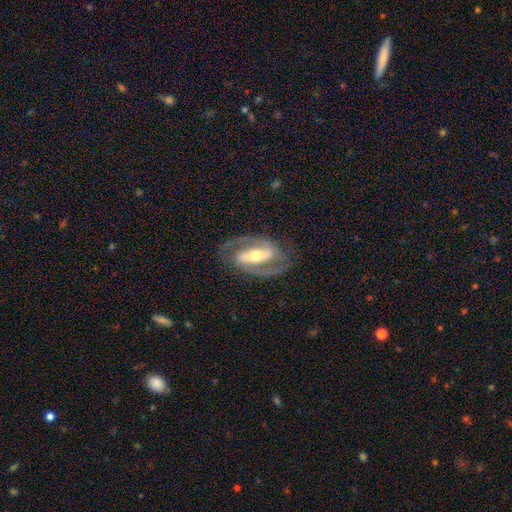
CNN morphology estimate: smooth_or_featured: featured or disk (p=0.90) [alt: smooth p=0.06]
disk_edge_on: no (p=0.95) [alt: yes p=0.05]
bar: strong (p=0.71) [alt: weak p=0.20]
has_spiral_arms: yes (p=0.94) [alt: no p=0.06]
spiral_winding: medium (p=0.53) [alt: tight p=0.35]
spiral_arm_count: 2 (p=0.92) [alt: can't tell p=0.03]
bulge_size: moderate (p=0.59) [alt: small p=0.34]
merging: none (p=0.84) [alt: minor disturbance p=0.10]